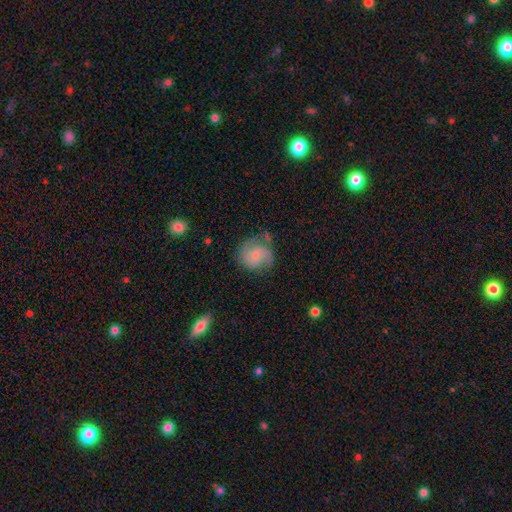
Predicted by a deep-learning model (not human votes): This appears to be a featured or disk galaxy (51%) with no bar (65%), spiral arms (85%) and a small central bulge (67%). Merging: none (57%).